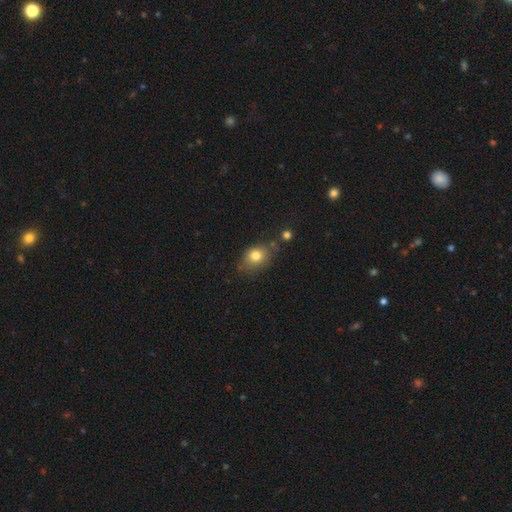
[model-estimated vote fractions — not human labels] The model was most divided on "how rounded": in between: 59%, round: 40%, cigar-shaped: 1%. More confident: smooth or featured — smooth (79%); merging — none (66%).